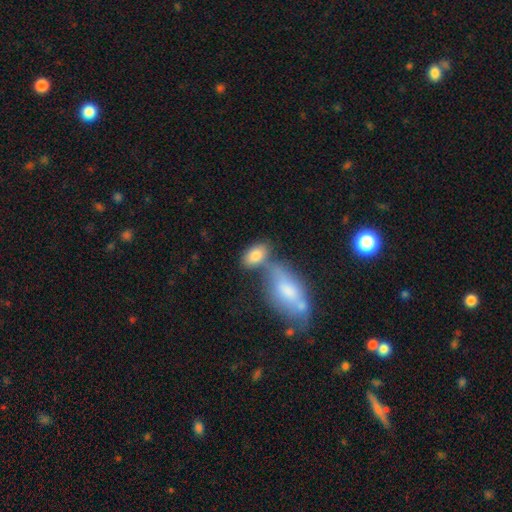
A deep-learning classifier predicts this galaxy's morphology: This is likely a smooth galaxy (80%). How rounded: clearly in between (90%). Merging: possibly none (46%).